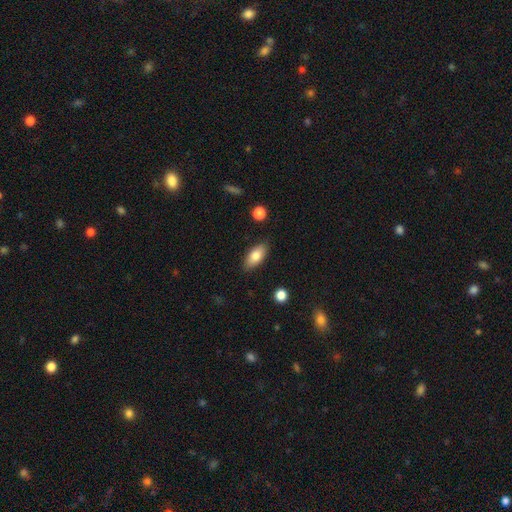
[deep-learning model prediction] This is likely a smooth galaxy (78%). How rounded: clearly in between (87%). Merging: clearly none (85%).